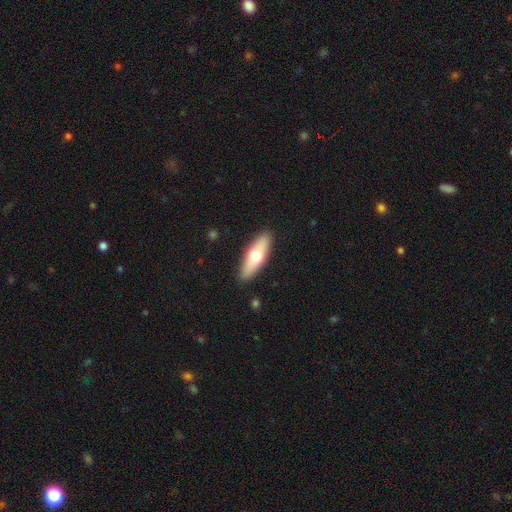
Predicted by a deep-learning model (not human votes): This appears to be a smooth galaxy with no disk features (59%) that is in between round and cigar-shaped (53%). Merging: none (89%).